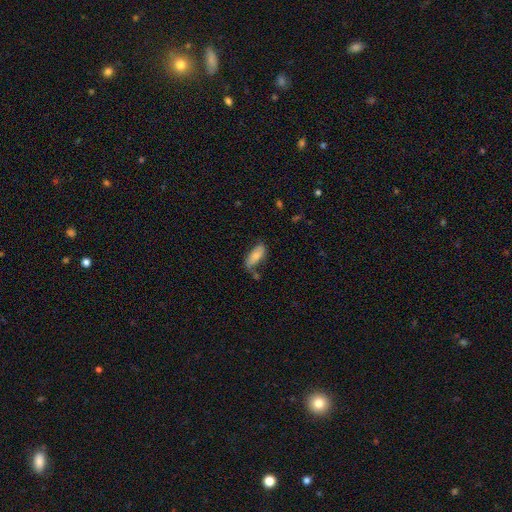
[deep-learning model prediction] Smooth or featured? Predicted: smooth (p=0.73). How rounded? Predicted: in between (p=0.76). Merging? Predicted: none (p=0.59).